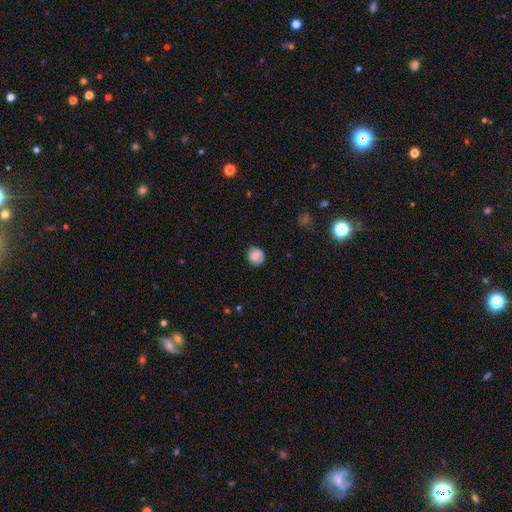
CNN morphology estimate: Smooth or featured?
  - smooth: 78% *
  - featured or disk: 13%
  - star or artifact: 9%
How rounded?
  - round: 81% *
  - in between: 18%
  - cigar-shaped: 1%
Merging?
  - none: 74% *
  - minor disturbance: 20%
  - major disturbance: 5%
  - merger: 2%